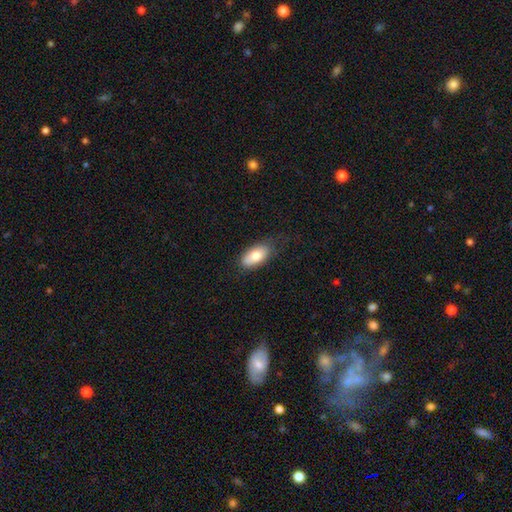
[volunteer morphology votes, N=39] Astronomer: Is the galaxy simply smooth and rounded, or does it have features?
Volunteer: smooth — 72%.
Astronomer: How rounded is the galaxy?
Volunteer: in between — 86%.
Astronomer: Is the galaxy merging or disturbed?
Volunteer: none — 86%.